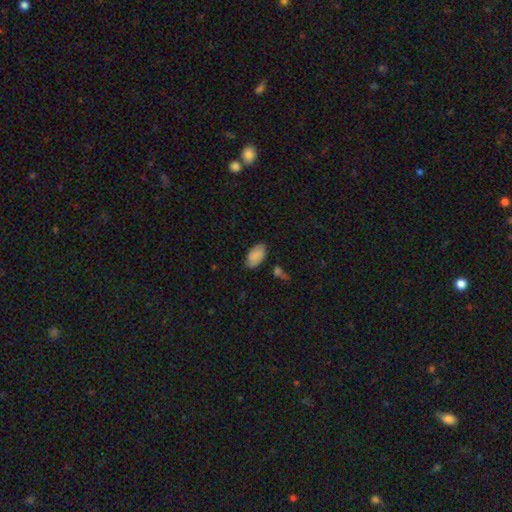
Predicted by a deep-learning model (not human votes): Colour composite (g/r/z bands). It shows a smooth galaxy with no disk features (83%) that is in between round and cigar-shaped (95%). Merging: none (77%).